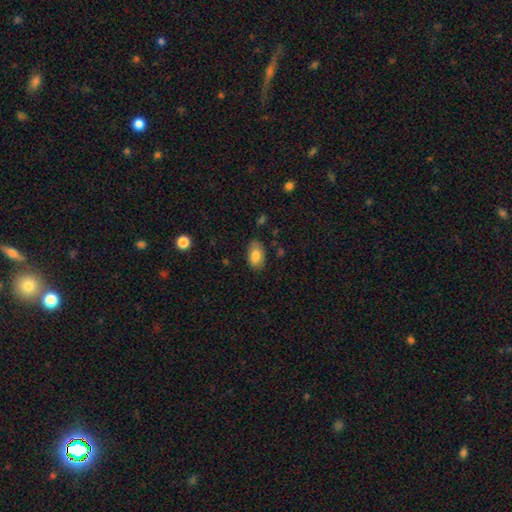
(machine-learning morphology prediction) A smooth galaxy with no disk features (81%) that is in between round and cigar-shaped (92%). Merging: none (82%).